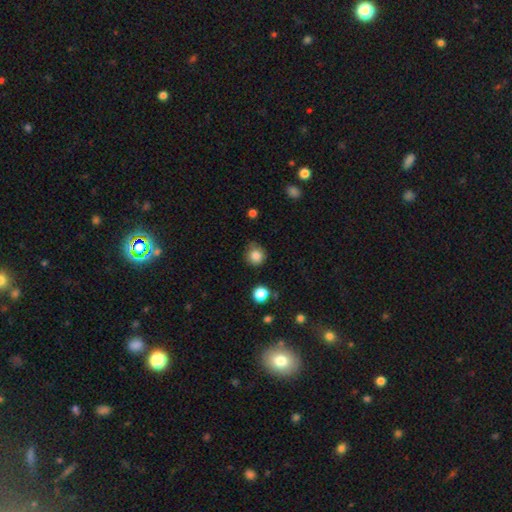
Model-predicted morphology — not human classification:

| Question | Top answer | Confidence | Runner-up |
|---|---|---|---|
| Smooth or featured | smooth | 83% | star or artifact (11%) |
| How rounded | round | 91% | in between (8%) |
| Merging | none | 76% | minor disturbance (17%) |